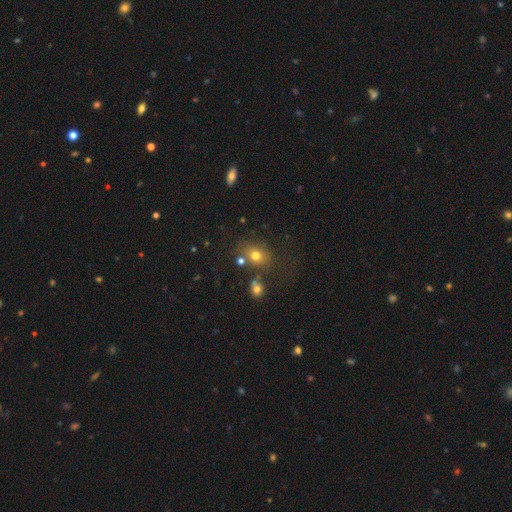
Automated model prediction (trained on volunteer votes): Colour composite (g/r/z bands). It shows a smooth galaxy with no disk features (72%) that is round (50%). Merging: none (68%).